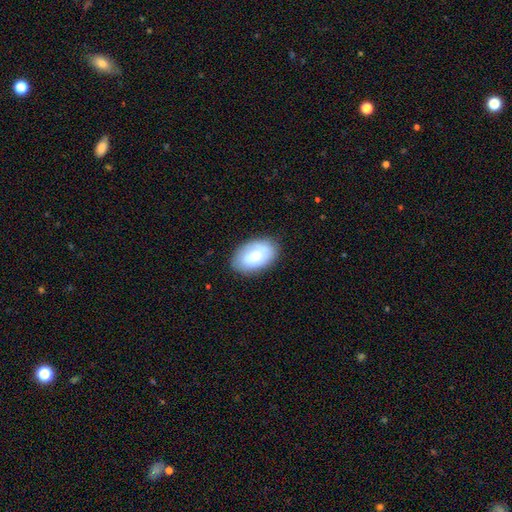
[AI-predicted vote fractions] A smooth galaxy with no disk features (74%) that is in between round and cigar-shaped (92%). Merging: none (83%).